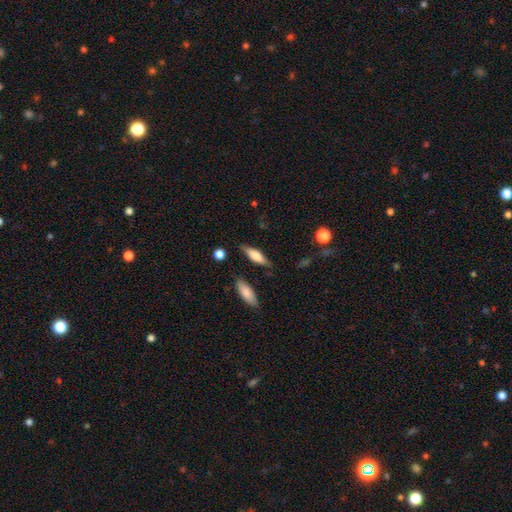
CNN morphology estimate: A smooth galaxy with no disk features (62%) that is in between round and cigar-shaped (49%, tied with cigar-shaped). Merging: none (80%).